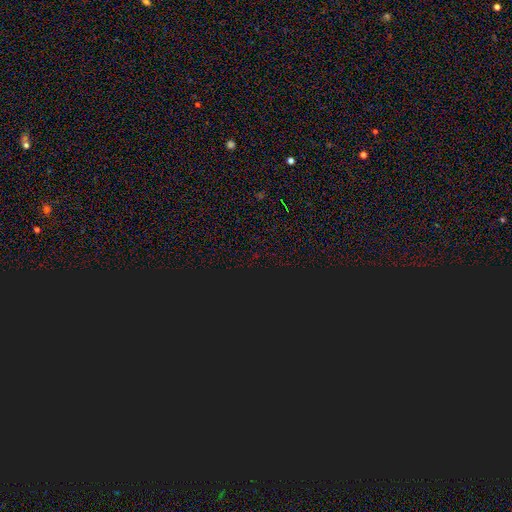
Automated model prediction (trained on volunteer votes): Smooth or featured? star or artifact (82%)